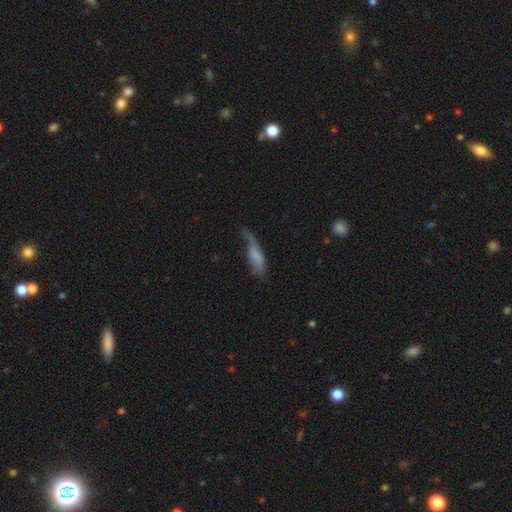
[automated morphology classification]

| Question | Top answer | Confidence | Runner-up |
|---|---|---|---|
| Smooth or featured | smooth | 64% | featured or disk (27%) |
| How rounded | in between | 57% | cigar-shaped (41%) |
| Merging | major disturbance | 36% | minor disturbance (33%) |